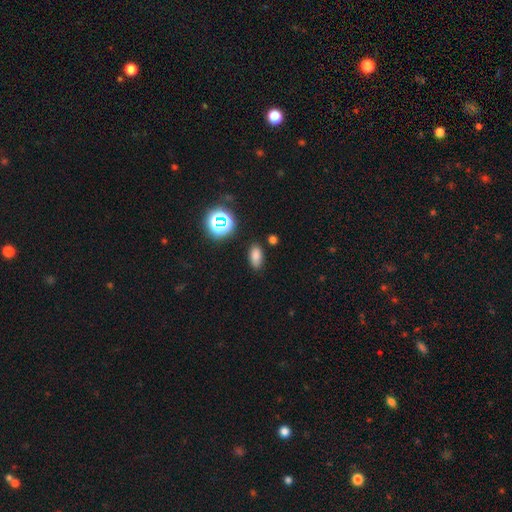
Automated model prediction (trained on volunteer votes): A smooth galaxy with no disk features (76%) that is in between round and cigar-shaped (88%). Merging: none (84%).